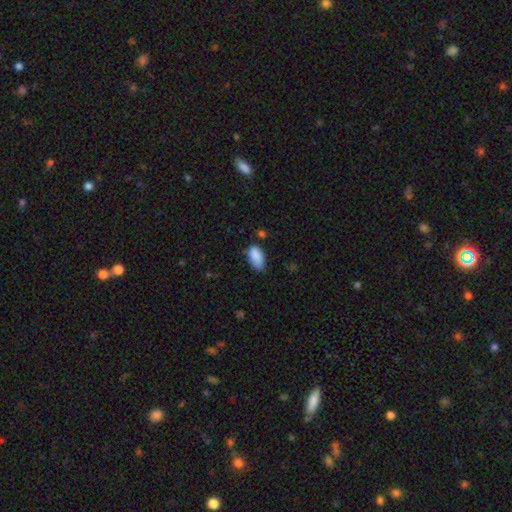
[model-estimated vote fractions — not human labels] Smooth or featured: smooth — 87% (star or artifact — 7%)
How rounded: in between — 93% (round — 4%)
Merging: none — 56% (minor disturbance — 35%)